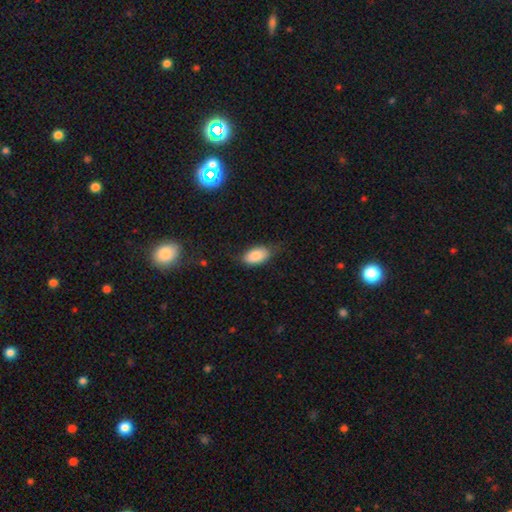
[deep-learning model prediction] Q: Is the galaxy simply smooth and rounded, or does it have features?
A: smooth — 84%.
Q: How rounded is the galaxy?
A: in between — 93%.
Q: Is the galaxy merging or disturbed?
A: none — 68%.